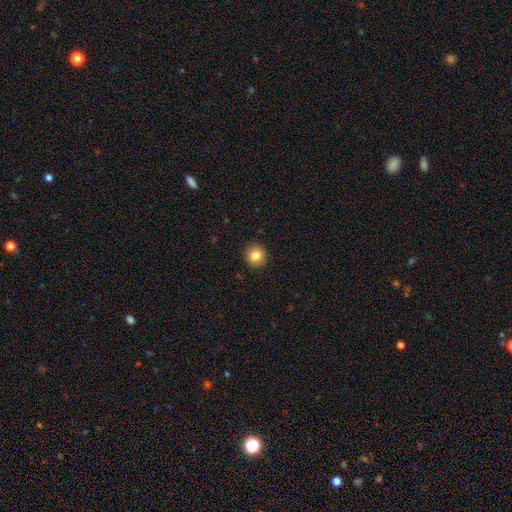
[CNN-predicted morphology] A smooth galaxy with no disk features (84%) that is round (92%). Merging: none (92%).